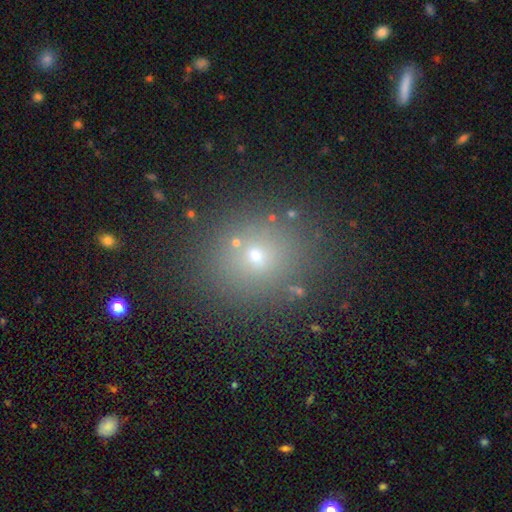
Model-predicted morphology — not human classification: smooth-or-featured: smooth: 62% | star or artifact: 28% | featured or disk: 10%
  how-rounded: round: 77% | in between: 22% | cigar-shaped: 1%
  merging: none: 83% | minor disturbance: 8% | merger: 5% | major disturbance: 3%